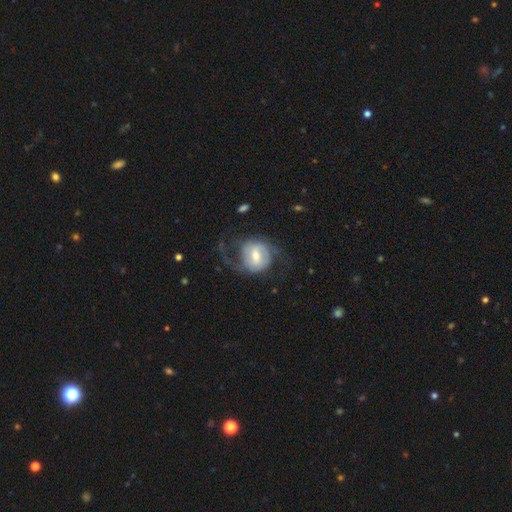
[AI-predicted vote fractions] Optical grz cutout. It shows a featured or disk galaxy (69%) with a weak bar (50%), 2 (78%) loose (46%) spiral arms (83%) and a moderate central bulge (59%). Merging: none (53%).